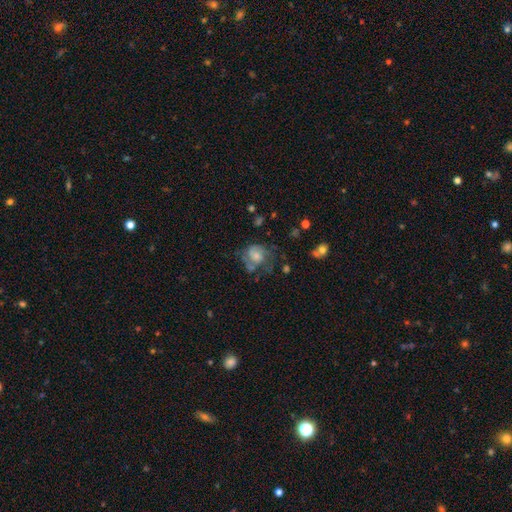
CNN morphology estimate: A featured or disk galaxy (52%) with no bar (73%), spiral arms (67%) and a moderate central bulge (36%).

Vote fractions:
- Smooth or featured? featured or disk: 52% / smooth: 38% / star or artifact: 10%
- Edge-on disk? no: 97% / yes: 3%
- Bar? no: 73% / weak: 23% / strong: 4%
- Spiral arms? yes: 67% / no: 33%
- Bulge size? moderate: 36% / small: 29% / none: 18% / large: 14% / dominant: 2%
- Merging? none: 38% / major disturbance: 31% / minor disturbance: 24% / merger: 6%